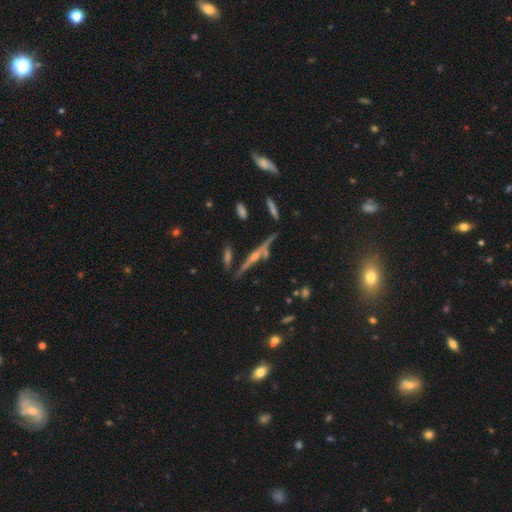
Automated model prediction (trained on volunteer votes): Smooth or featured? Predicted: featured or disk (p=0.72). Edge-on disk? Predicted: yes (p=0.94). Edge-on bulge? Predicted: rounded (p=0.72). Merging? Predicted: none (p=0.69).